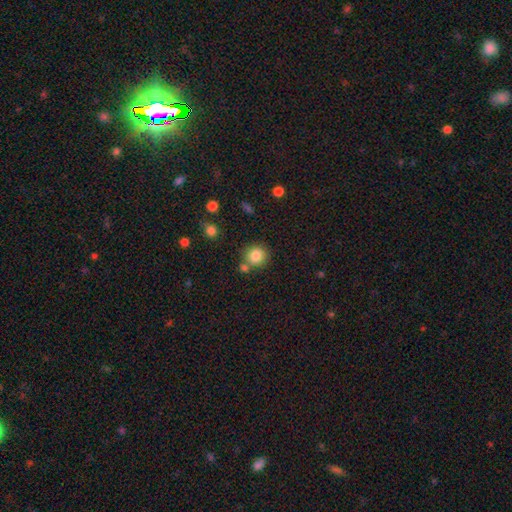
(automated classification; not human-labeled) Q: Smooth or featured?
A: smooth (84%); runner-up: star or artifact (10%)
Q: How rounded?
A: round (89%); runner-up: in between (10%)
Q: Merging?
A: none (72%); runner-up: merger (16%)